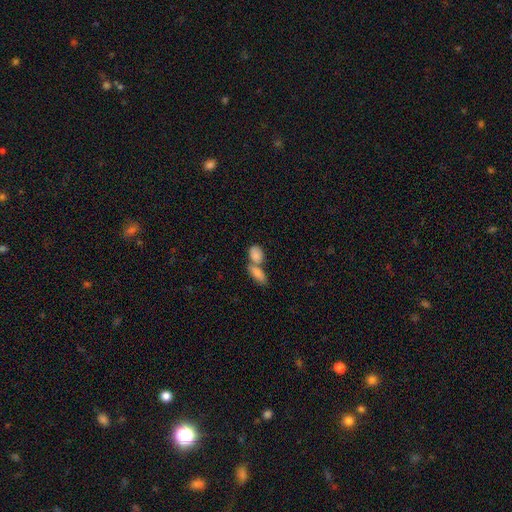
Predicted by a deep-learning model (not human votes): Smooth or featured?
  - smooth: 84% *
  - featured or disk: 9%
  - star or artifact: 7%
How rounded?
  - in between: 78% *
  - round: 17%
  - cigar-shaped: 5%
Merging?
  - merger: 57% *
  - none: 31%
  - minor disturbance: 8%
  - major disturbance: 4%